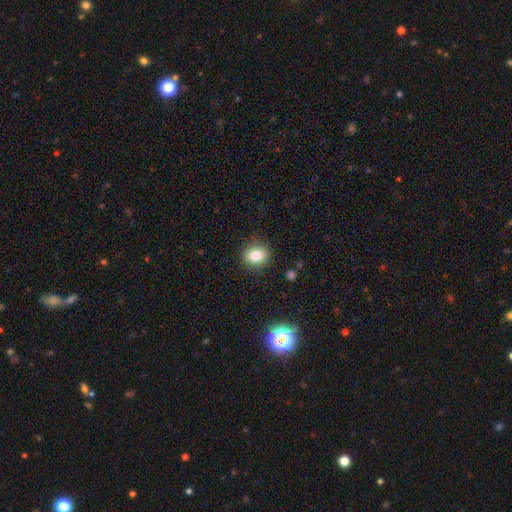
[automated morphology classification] A smooth galaxy with no disk features (82%) that is round (65%).

Vote fractions:
- Smooth or featured? smooth: 82% / star or artifact: 10% / featured or disk: 8%
- How rounded? round: 65% / in between: 34% / cigar-shaped: 1%
- Merging? none: 85% / minor disturbance: 11% / major disturbance: 3% / merger: 1%